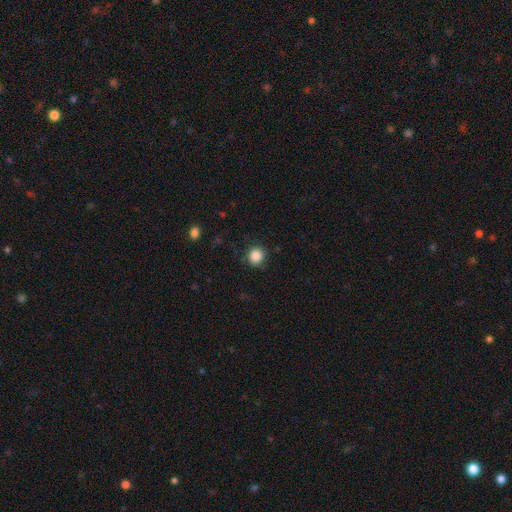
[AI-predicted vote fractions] This is clearly a smooth galaxy (86%). How rounded: clearly round (91%). Merging: clearly none (86%).